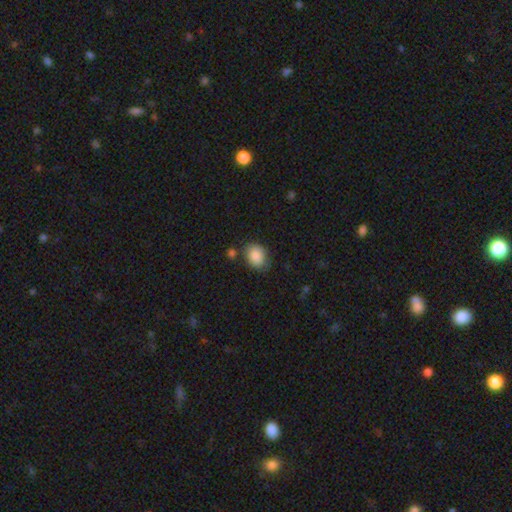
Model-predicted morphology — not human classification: Q: Smooth or featured?
A: smooth (87%); runner-up: star or artifact (7%)
Q: How rounded?
A: in between (68%); runner-up: round (31%)
Q: Merging?
A: none (70%); runner-up: minor disturbance (19%)